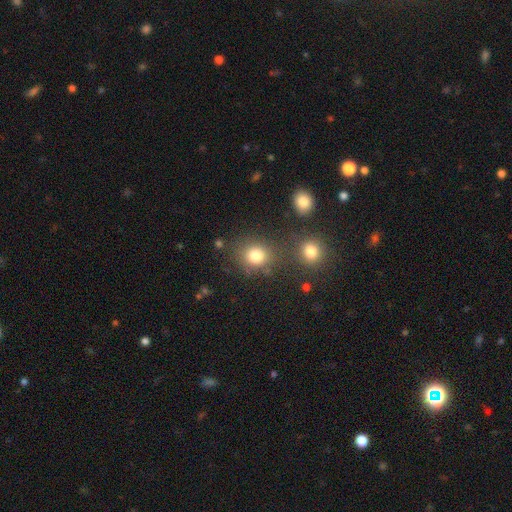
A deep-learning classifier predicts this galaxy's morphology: Smooth or featured? smooth (80%)
How rounded? round (78%)
Merging? none (70%)